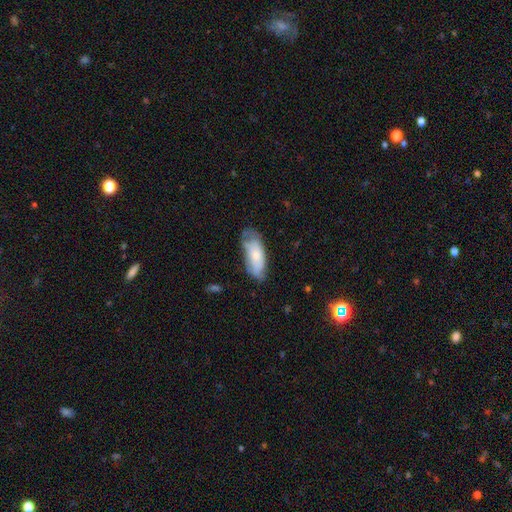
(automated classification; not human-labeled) Smooth or featured?
  - smooth: 65% *
  - featured or disk: 28%
  - star or artifact: 7%
How rounded?
  - in between: 76% *
  - cigar-shaped: 22%
  - round: 2%
Merging?
  - none: 50% *
  - minor disturbance: 34%
  - major disturbance: 13%
  - merger: 3%